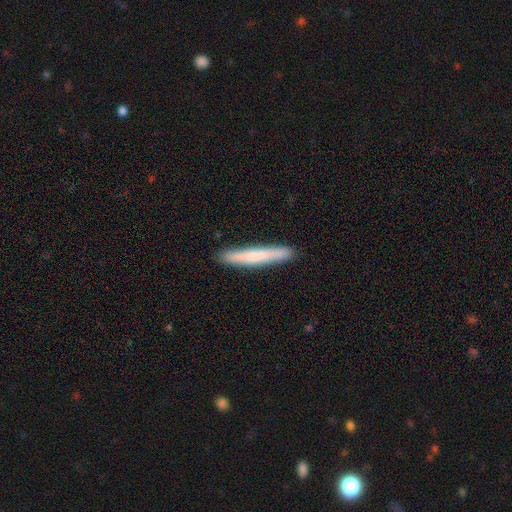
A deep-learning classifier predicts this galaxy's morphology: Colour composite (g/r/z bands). It shows a smooth galaxy with no disk features (66%) that is cigar-shaped (95%). Merging: none (91%).